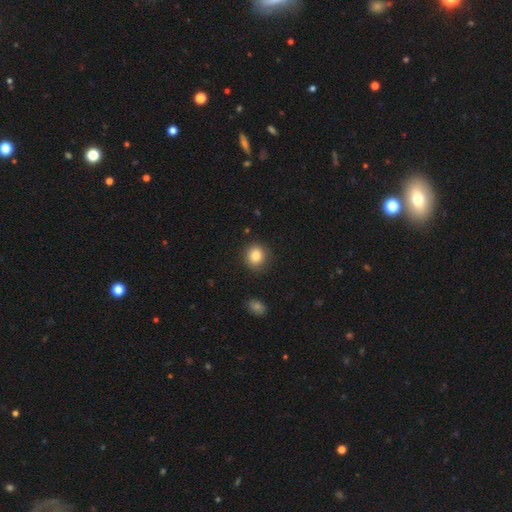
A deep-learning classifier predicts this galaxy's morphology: Q: Smooth or featured?
A: smooth (84%); runner-up: star or artifact (10%)
Q: How rounded?
A: round (81%); runner-up: in between (18%)
Q: Merging?
A: none (86%); runner-up: minor disturbance (10%)